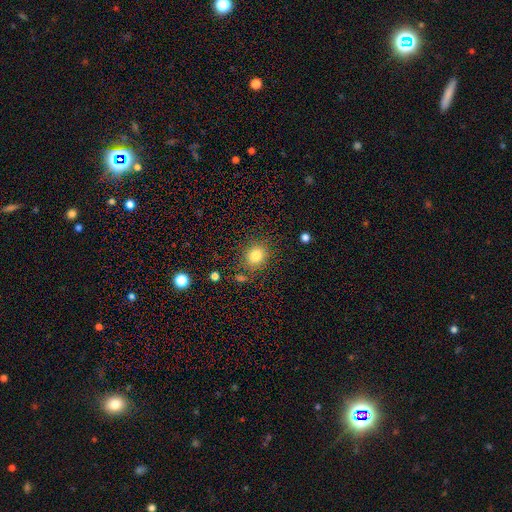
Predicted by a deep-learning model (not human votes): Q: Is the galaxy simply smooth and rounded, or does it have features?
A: smooth — 82%.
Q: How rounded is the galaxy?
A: round — 62%.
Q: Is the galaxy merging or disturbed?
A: none — 79%.